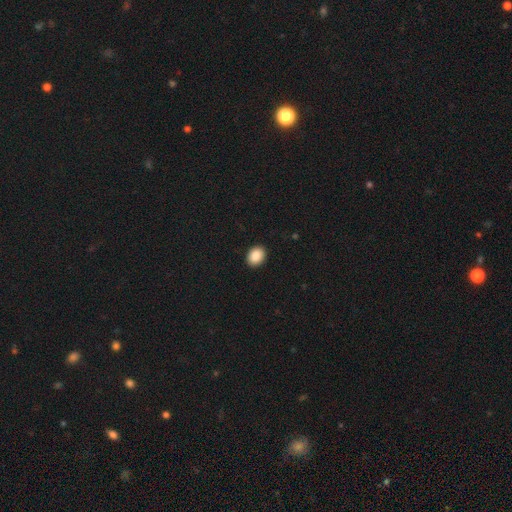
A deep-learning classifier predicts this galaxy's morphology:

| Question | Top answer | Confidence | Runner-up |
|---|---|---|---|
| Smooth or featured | smooth | 89% | star or artifact (8%) |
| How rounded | in between | 64% | round (35%) |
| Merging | none | 92% | minor disturbance (6%) |